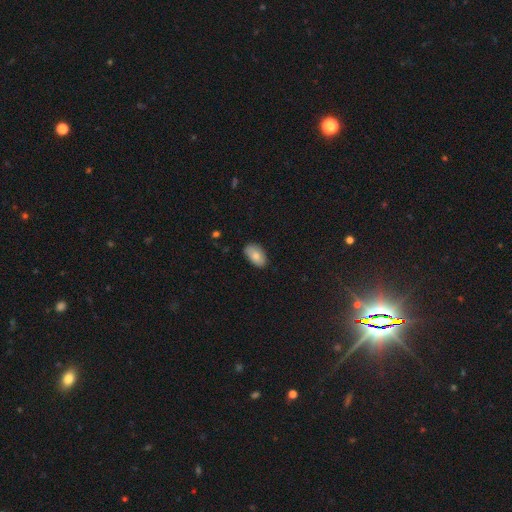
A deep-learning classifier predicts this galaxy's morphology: This appears to be a smooth galaxy with no disk features (81%) that is in between round and cigar-shaped (94%). Merging: none (81%).